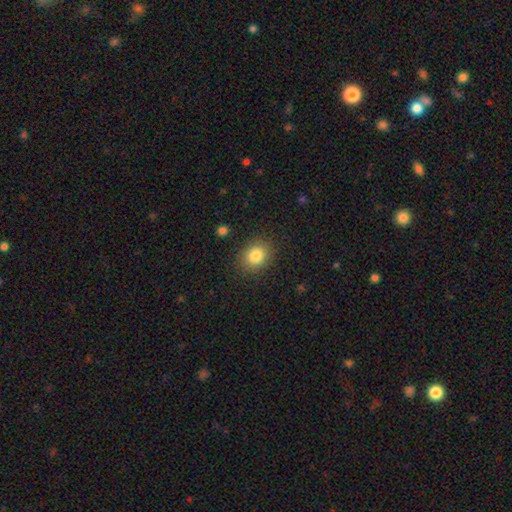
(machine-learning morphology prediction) A smooth galaxy with no disk features (83%) that is round (57%). Merging: none (87%).